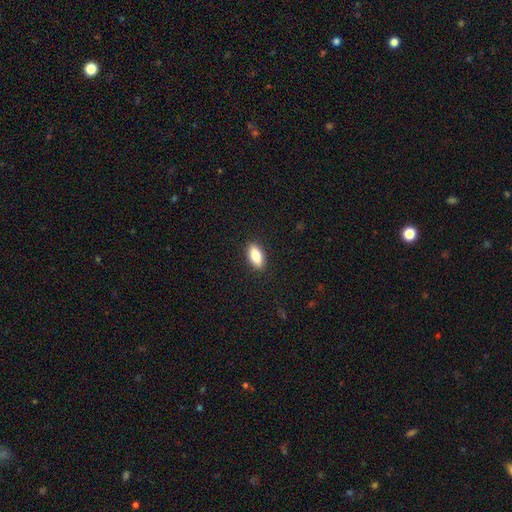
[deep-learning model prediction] A smooth galaxy with no disk features (81%) that is in between round and cigar-shaped (87%).

Vote fractions:
- Smooth or featured? smooth: 81% / featured or disk: 12% / star or artifact: 7%
- How rounded? in between: 87% / cigar-shaped: 10% / round: 3%
- Merging? none: 89% / minor disturbance: 8% / major disturbance: 2% / merger: 1%